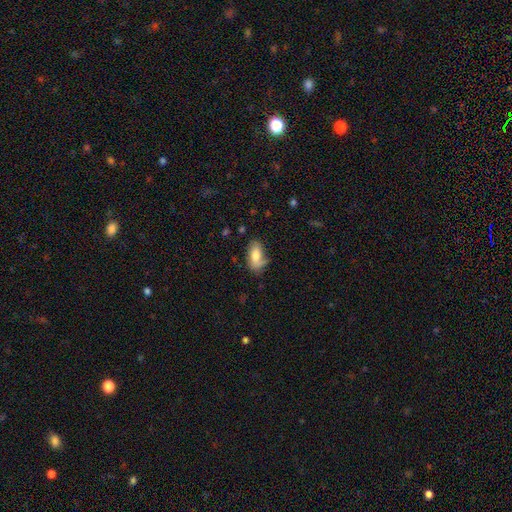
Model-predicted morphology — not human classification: Overall: smooth (73%). How rounded: in between (91%). Merging: none (57%; minor disturbance 28%).